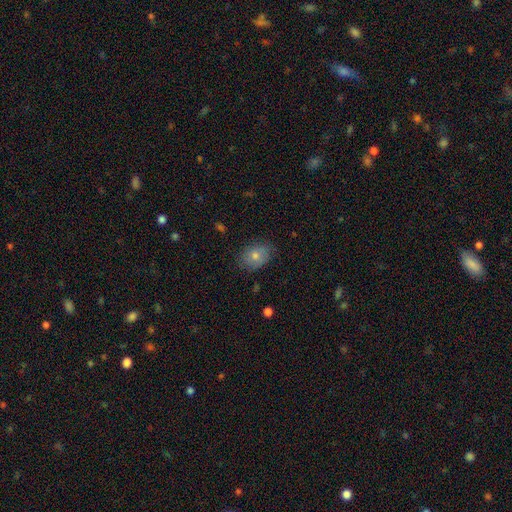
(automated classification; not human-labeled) A smooth galaxy with no disk features (76%) that is in between round and cigar-shaped (70%).

Vote fractions:
- Smooth or featured? smooth: 76% / featured or disk: 15% / star or artifact: 8%
- How rounded? in between: 70% / round: 29% / cigar-shaped: 1%
- Merging? none: 78% / minor disturbance: 17% / major disturbance: 4% / merger: 1%